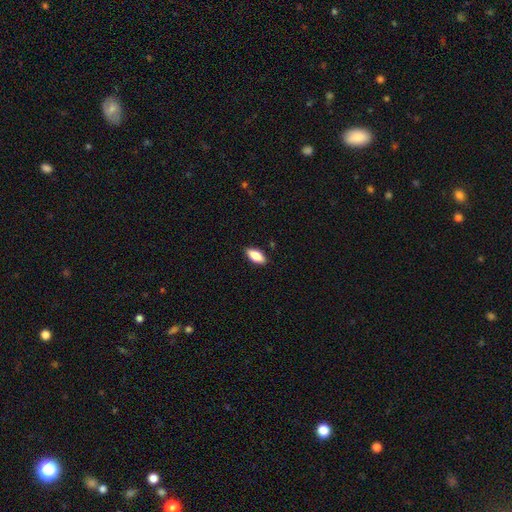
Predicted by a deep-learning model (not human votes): Smooth or featured: smooth — 83% (featured or disk — 10%)
How rounded: in between — 85% (cigar-shaped — 13%)
Merging: none — 88% (minor disturbance — 10%)